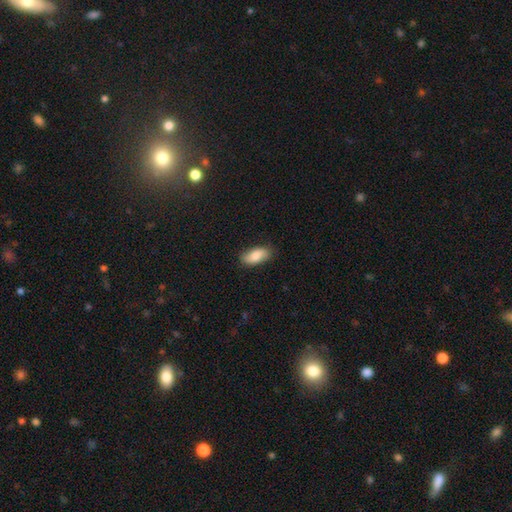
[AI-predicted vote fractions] A smooth galaxy with no disk features (81%) that is in between round and cigar-shaped (90%).

Vote fractions:
- Smooth or featured? smooth: 81% / featured or disk: 13% / star or artifact: 6%
- How rounded? in between: 90% / cigar-shaped: 7% / round: 3%
- Merging? none: 82% / minor disturbance: 14% / major disturbance: 3% / merger: 1%